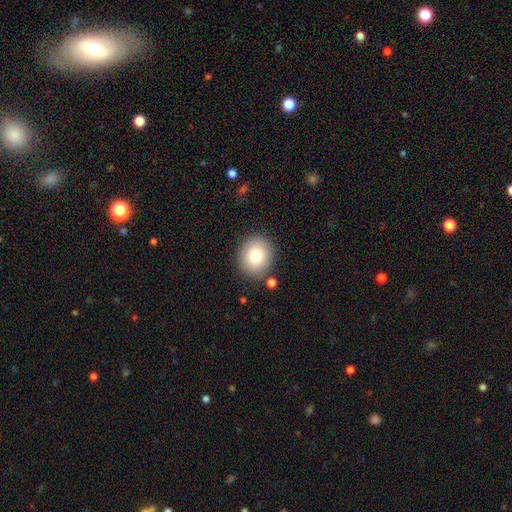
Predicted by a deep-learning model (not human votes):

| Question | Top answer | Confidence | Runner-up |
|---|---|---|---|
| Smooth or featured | smooth | 83% | star or artifact (9%) |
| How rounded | round | 71% | in between (28%) |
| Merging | none | 85% | minor disturbance (9%) |